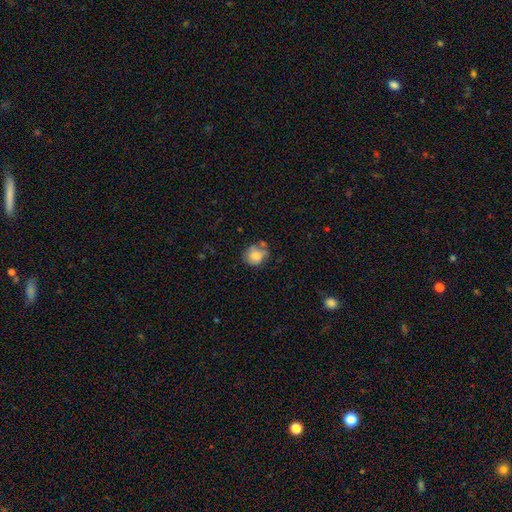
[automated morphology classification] A smooth galaxy with no disk features (66%) that is round (74%).

Vote fractions:
- Smooth or featured? smooth: 66% / featured or disk: 25% / star or artifact: 9%
- How rounded? round: 74% / in between: 25% / cigar-shaped: 1%
- Merging? none: 53% / minor disturbance: 27% / major disturbance: 11% / merger: 9%